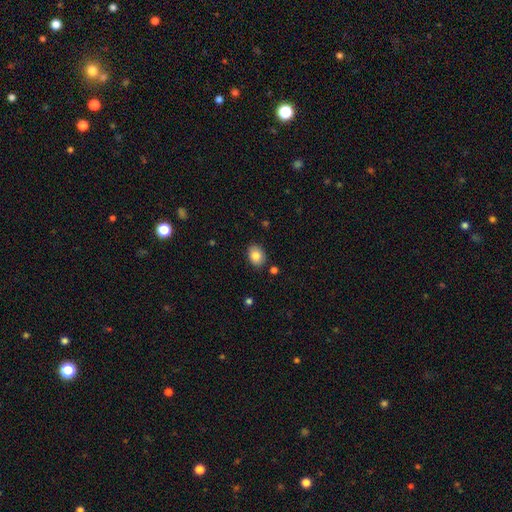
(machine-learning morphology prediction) type=smooth (84%); roundness=in between (66%); merging=none (85%).